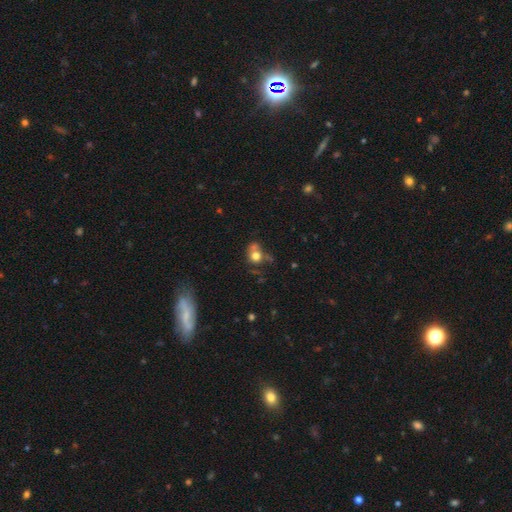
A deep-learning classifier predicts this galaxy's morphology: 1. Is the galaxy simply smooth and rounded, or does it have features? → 70% smooth, 16% featured or disk, 13% star or artifact.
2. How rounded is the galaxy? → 72% round, 26% in between, 1% cigar-shaped.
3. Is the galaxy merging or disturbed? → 38% none, 28% merger, 18% minor disturbance, 15% major disturbance.